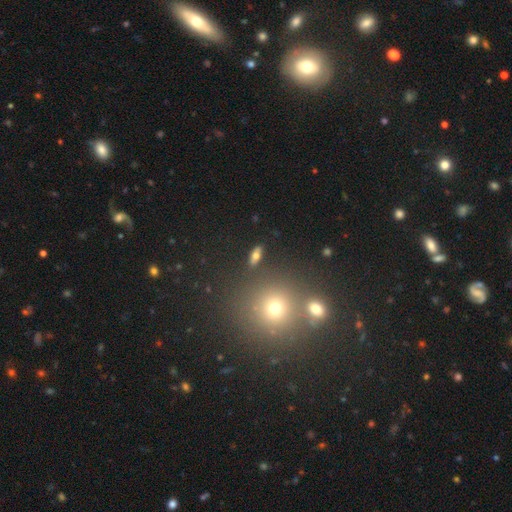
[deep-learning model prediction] Morphology: type=smooth (62%); roundness=in between (66%); merging=none (84%).